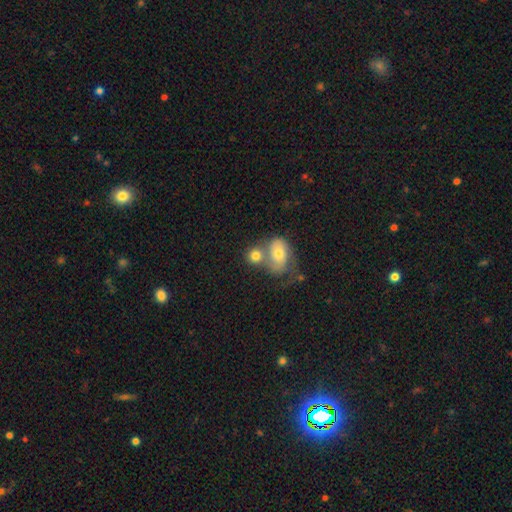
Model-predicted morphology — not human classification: Q: Smooth or featured?
A: smooth (72%); runner-up: featured or disk (19%)
Q: How rounded?
A: round (66%); runner-up: in between (32%)
Q: Merging?
A: merger (55%); runner-up: none (30%)